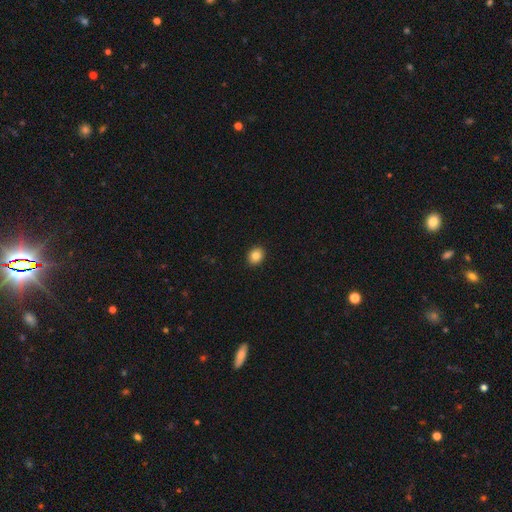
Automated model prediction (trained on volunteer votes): Smooth or featured? smooth (85%)
How rounded? round (53%)
Merging? none (92%)